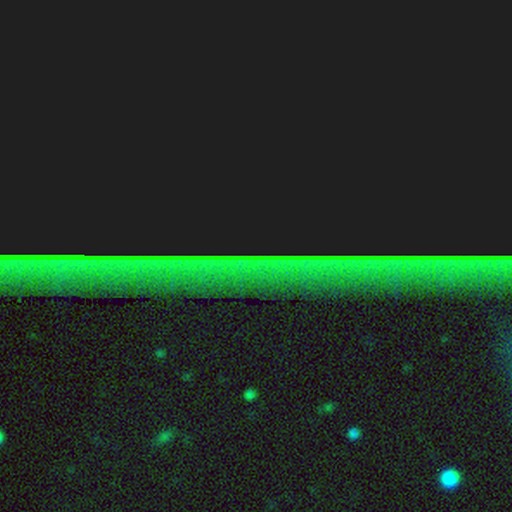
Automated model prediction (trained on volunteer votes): star or artifact 85%, featured or disk 8%, smooth 6%.